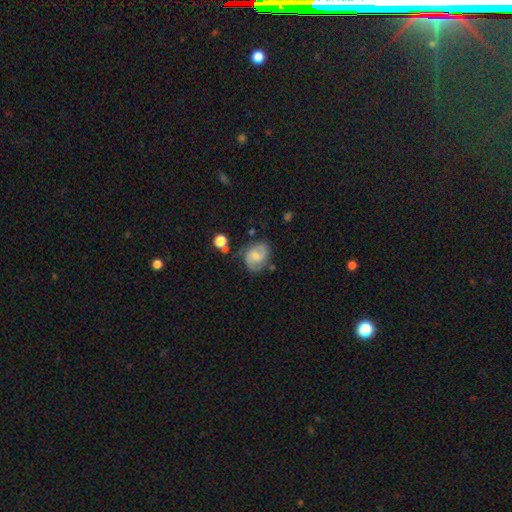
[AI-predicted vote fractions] featured or disk 61%, smooth 31%, star or artifact 8%. Down the decision tree: edge-on disk — no (98%); bar — weak (46%, tied with no); spiral arms — yes (90%); spiral arm count — 2 (81%); spiral winding — medium (49%); bulge size — small (38%); merging — none (65%).